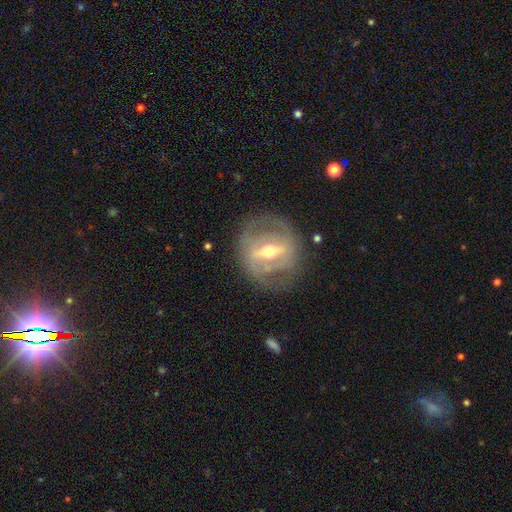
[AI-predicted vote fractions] Q: Smooth or featured?
A: featured or disk (82%); runner-up: smooth (12%)
Q: Edge-on disk?
A: no (87%); runner-up: yes (13%)
Q: Bar?
A: strong (68%); runner-up: weak (24%)
Q: Spiral arms?
A: yes (57%); runner-up: no (43%)
Q: Bulge size?
A: moderate (68%); runner-up: small (25%)
Q: Merging?
A: none (74%); runner-up: minor disturbance (15%)